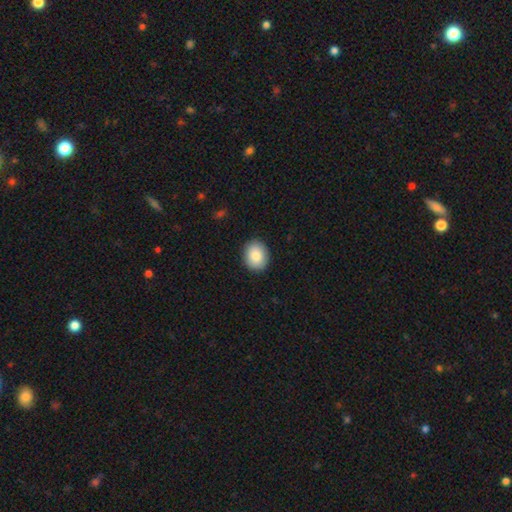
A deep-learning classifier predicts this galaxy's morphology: A smooth galaxy with no disk features (86%) that is round (51%).

Vote fractions:
- Smooth or featured? smooth: 86% / star or artifact: 7% / featured or disk: 7%
- How rounded? round: 51% / in between: 48% / cigar-shaped: 1%
- Merging? none: 90% / minor disturbance: 8% / major disturbance: 2% / merger: 1%